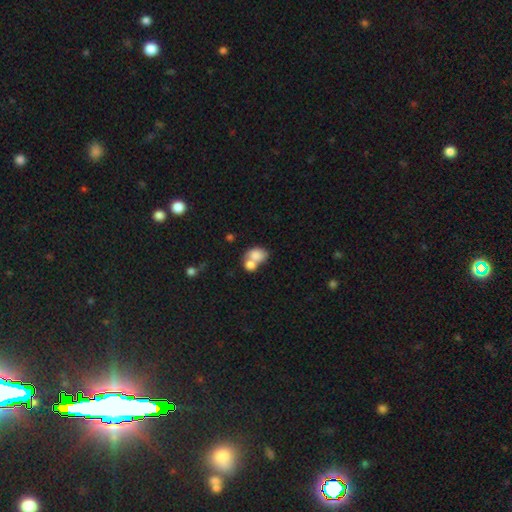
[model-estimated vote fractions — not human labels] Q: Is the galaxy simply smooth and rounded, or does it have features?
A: smooth — 77%.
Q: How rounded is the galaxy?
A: in between — 64%.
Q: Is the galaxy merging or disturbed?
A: merger — 63%.